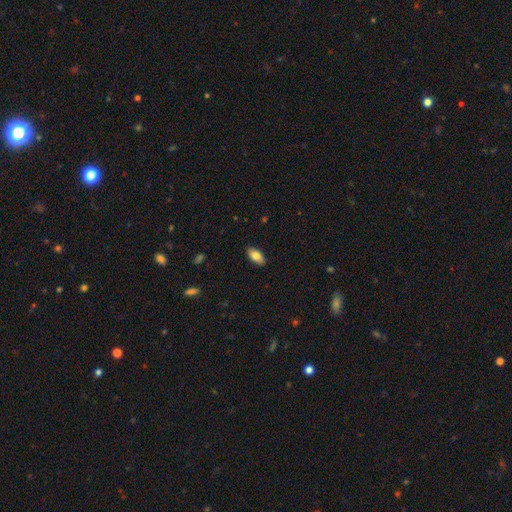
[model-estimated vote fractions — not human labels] Overall: smooth (82%). How rounded: in between (91%). Merging: none (88%).